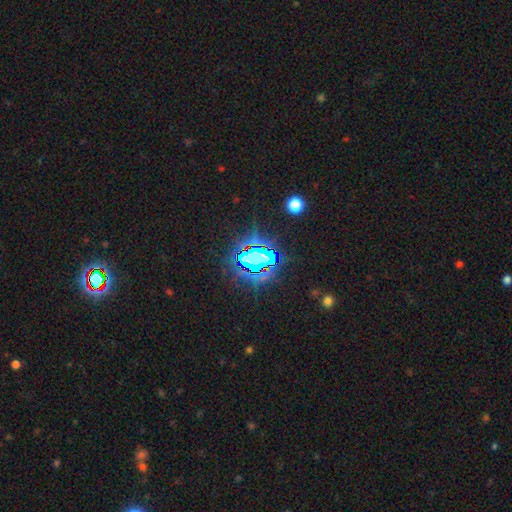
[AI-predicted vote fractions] The model was most divided on "smooth or featured": star or artifact: 84%, smooth: 10%, featured or disk: 6%.